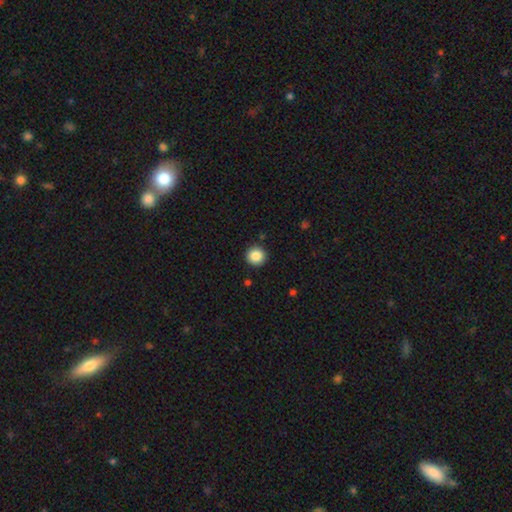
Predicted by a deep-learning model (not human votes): Q: Smooth or featured?
A: smooth (87%); runner-up: star or artifact (9%)
Q: How rounded?
A: round (95%); runner-up: in between (4%)
Q: Merging?
A: none (92%); runner-up: minor disturbance (5%)